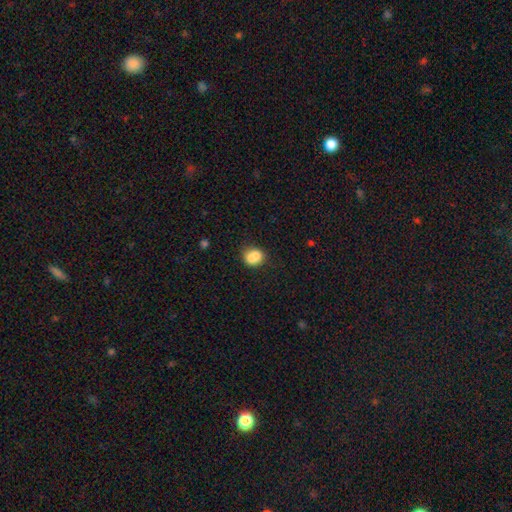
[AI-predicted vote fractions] Morphology: type=smooth (78%); roundness=round (62%); merging=none (48%).